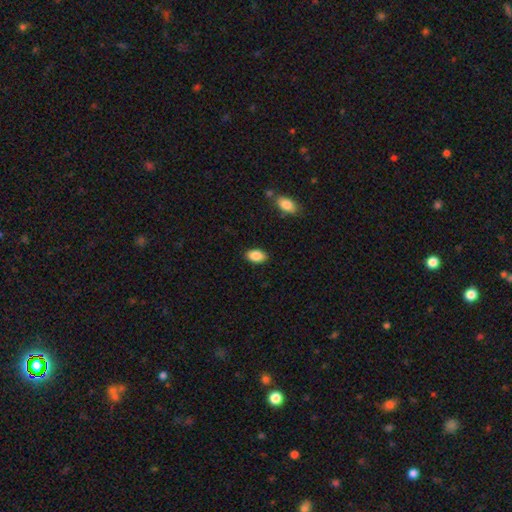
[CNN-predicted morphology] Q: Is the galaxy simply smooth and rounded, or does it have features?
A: smooth — 88%.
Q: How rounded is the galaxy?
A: in between — 90%.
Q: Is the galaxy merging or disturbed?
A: none — 88%.